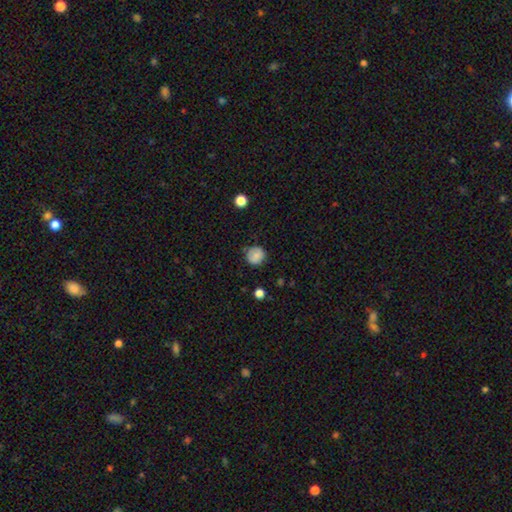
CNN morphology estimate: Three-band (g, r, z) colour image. It shows a smooth galaxy with no disk features (80%) that is round (89%). Merging: none (80%).